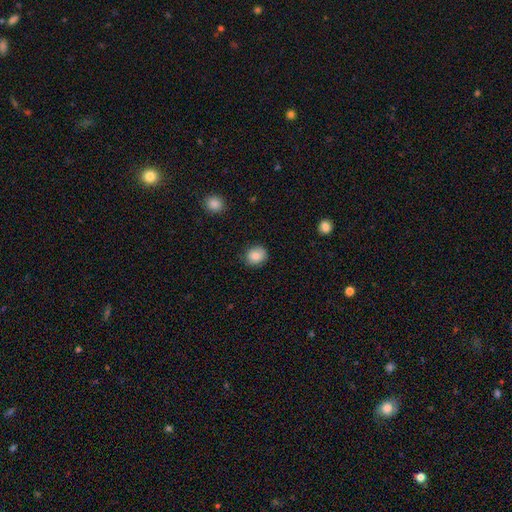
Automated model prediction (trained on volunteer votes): A smooth galaxy with no disk features (83%) that is round (77%).

Vote fractions:
- Smooth or featured? smooth: 83% / star or artifact: 9% / featured or disk: 8%
- How rounded? round: 77% / in between: 23% / cigar-shaped: 1%
- Merging? none: 83% / minor disturbance: 13% / major disturbance: 3% / merger: 1%